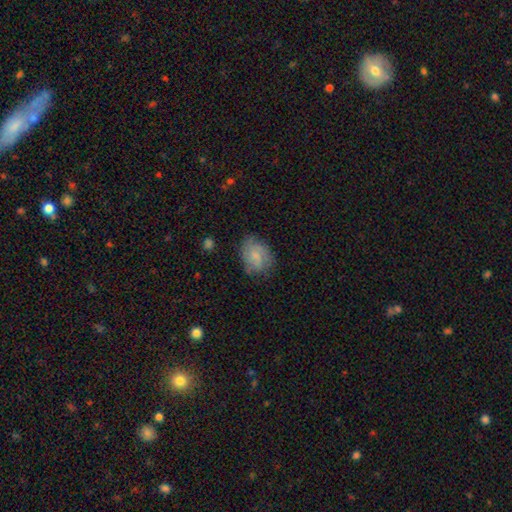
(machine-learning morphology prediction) Smooth or featured? Predicted: smooth (p=0.53). How rounded? Predicted: in between (p=0.56). Merging? Predicted: none (p=0.71).